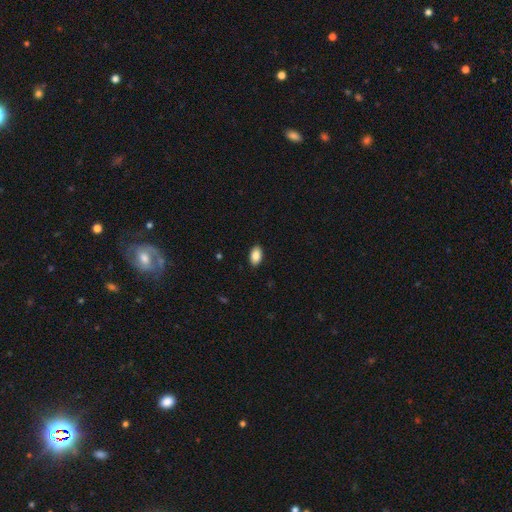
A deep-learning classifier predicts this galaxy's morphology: Smooth or featured? smooth (89%)
How rounded? in between (93%)
Merging? none (89%)